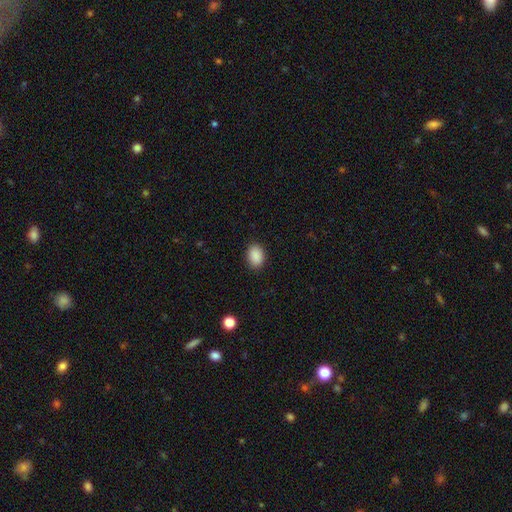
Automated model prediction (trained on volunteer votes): Smooth or featured? smooth (90%)
How rounded? in between (78%)
Merging? none (89%)